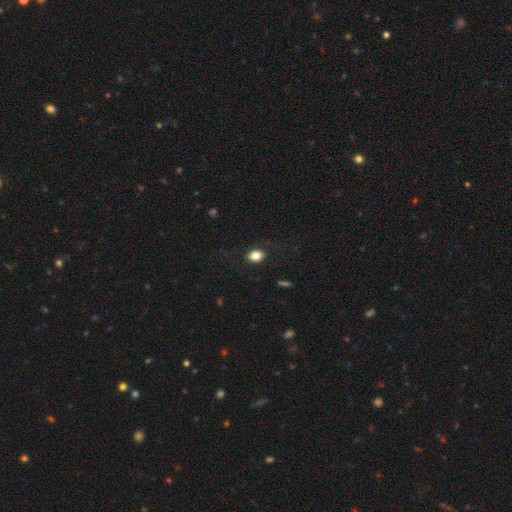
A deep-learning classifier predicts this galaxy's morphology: Smooth or featured?
  - smooth: 84% *
  - star or artifact: 9%
  - featured or disk: 7%
How rounded?
  - in between: 68% *
  - round: 31%
  - cigar-shaped: 1%
Merging?
  - none: 85% *
  - minor disturbance: 10%
  - major disturbance: 4%
  - merger: 1%